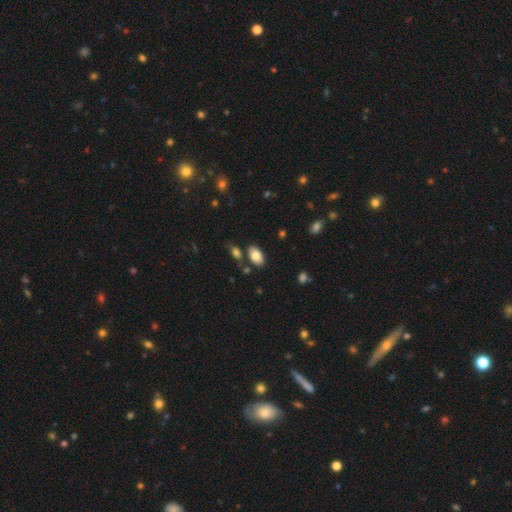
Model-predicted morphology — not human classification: Smooth or featured: smooth — 81% (featured or disk — 12%)
How rounded: in between — 93% (round — 5%)
Merging: none — 78% (minor disturbance — 11%)